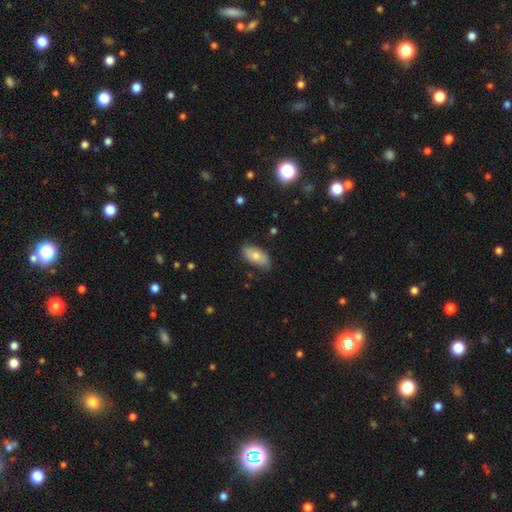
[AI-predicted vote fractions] Morphology: type=smooth (66%); roundness=in between (89%); merging=none (77%).